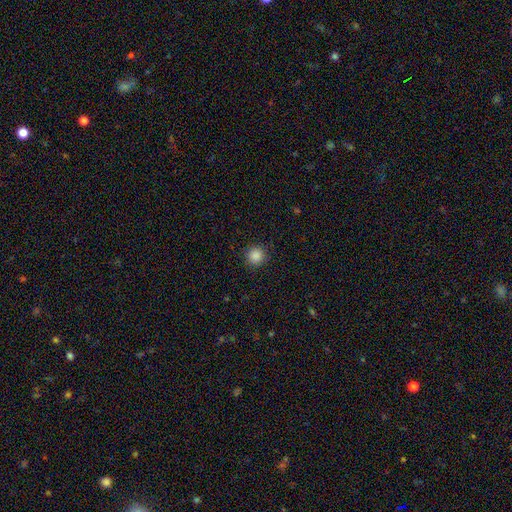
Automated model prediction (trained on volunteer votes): Overall: smooth (87%). How rounded: round (95%). Merging: none (91%).